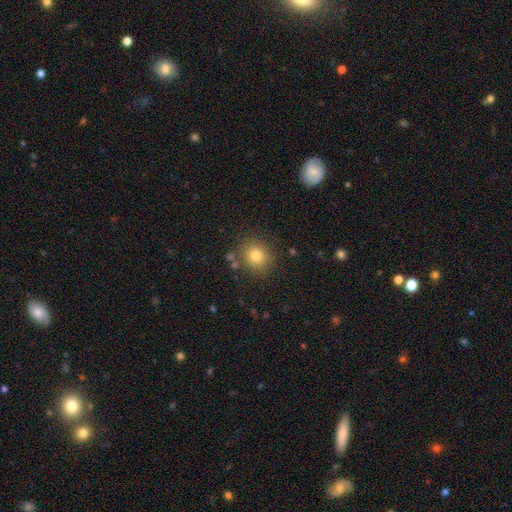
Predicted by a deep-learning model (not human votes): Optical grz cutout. It shows a smooth galaxy with no disk features (79%) that is round (84%). Merging: none (84%).